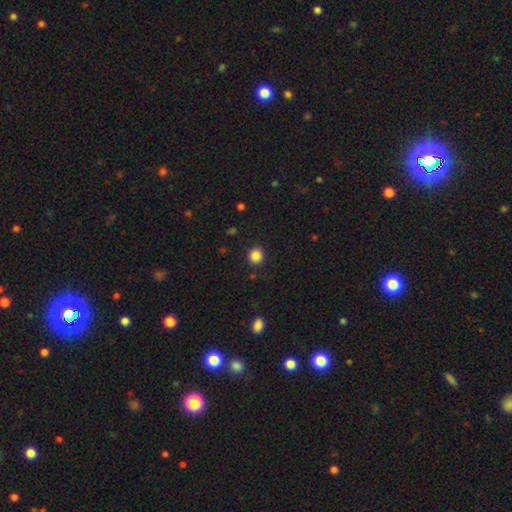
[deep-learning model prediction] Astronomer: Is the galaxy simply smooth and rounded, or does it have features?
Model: smooth — 86%.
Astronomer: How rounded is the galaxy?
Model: round — 89%.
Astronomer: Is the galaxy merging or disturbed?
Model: none — 91%.